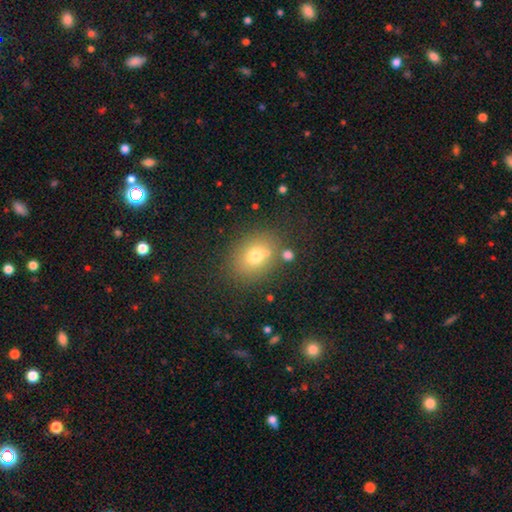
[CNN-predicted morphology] The model was most divided on "how rounded": in between: 51%, round: 48%, cigar-shaped: 1%. More confident: merging — none (72%); smooth or featured — smooth (72%).